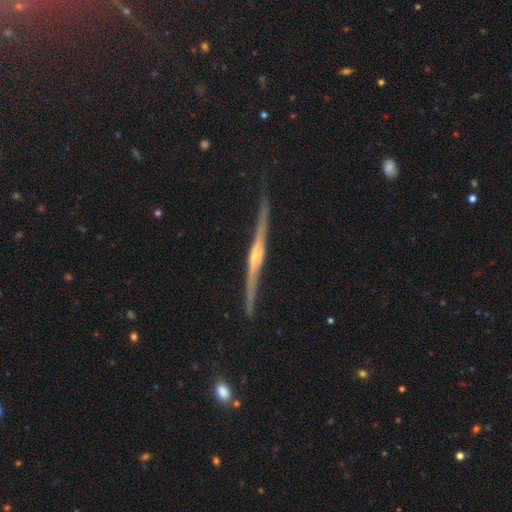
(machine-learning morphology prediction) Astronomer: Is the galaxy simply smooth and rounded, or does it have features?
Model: featured or disk — 85%.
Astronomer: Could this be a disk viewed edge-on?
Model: yes — 98%.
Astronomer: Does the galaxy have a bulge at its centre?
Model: rounded — 73%.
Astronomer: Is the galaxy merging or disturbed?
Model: none — 86%.